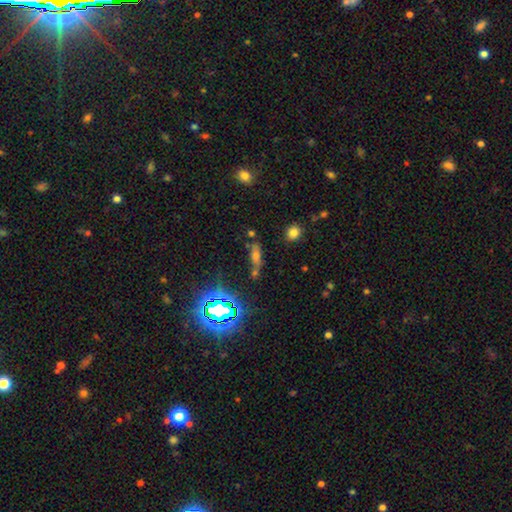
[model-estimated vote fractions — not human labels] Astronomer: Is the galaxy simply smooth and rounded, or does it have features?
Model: star or artifact — 40% (runner-up: smooth, 39%).